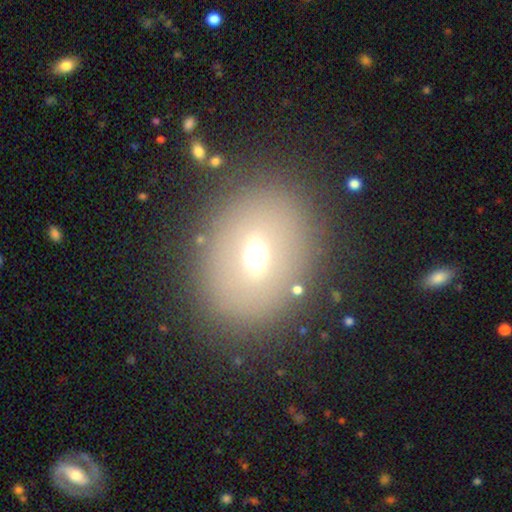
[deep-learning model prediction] A smooth galaxy with no disk features (56%) that is in between round and cigar-shaped (62%).

Vote fractions:
- Smooth or featured? smooth: 56% / featured or disk: 29% / star or artifact: 15%
- How rounded? in between: 62% / round: 37% / cigar-shaped: 1%
- Merging? none: 84% / minor disturbance: 9% / major disturbance: 4% / merger: 2%